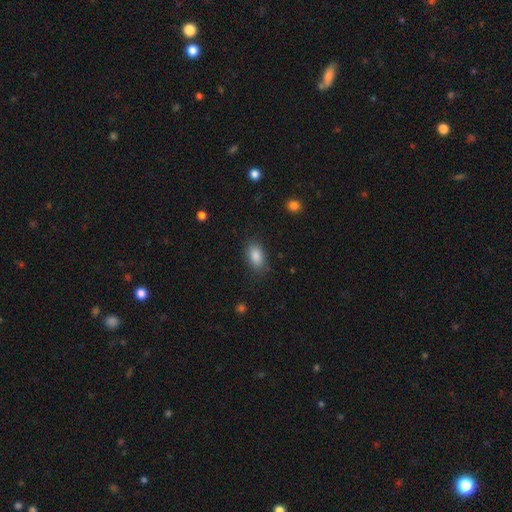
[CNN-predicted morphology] Smooth or featured? smooth (87%)
How rounded? in between (90%)
Merging? none (83%)